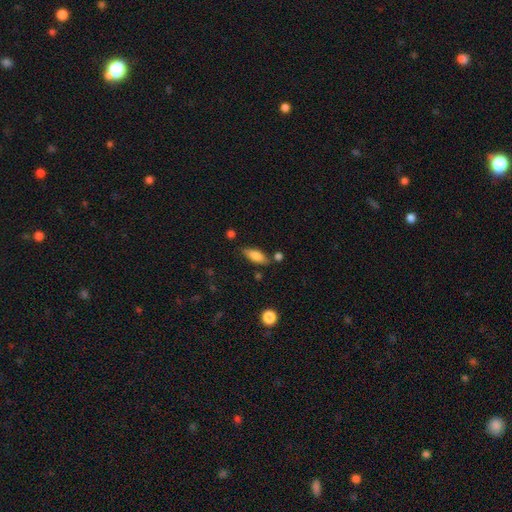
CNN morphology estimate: smooth 78%, featured or disk 15%, star or artifact 7%. Down the decision tree: how rounded — in between (72%); merging — none (73%).